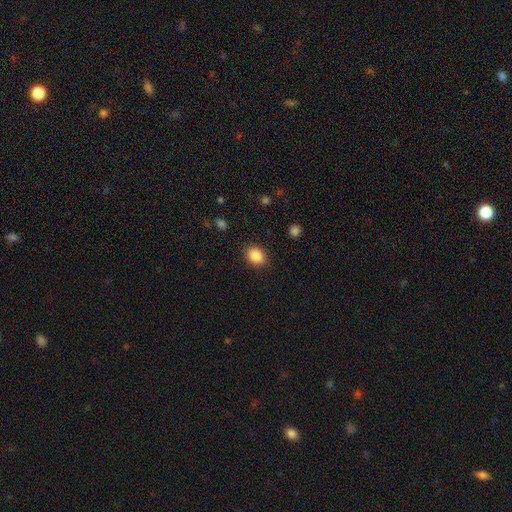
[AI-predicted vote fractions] Smooth or featured: smooth — 87% (star or artifact — 9%)
How rounded: in between — 60% (round — 39%)
Merging: none — 88% (minor disturbance — 8%)